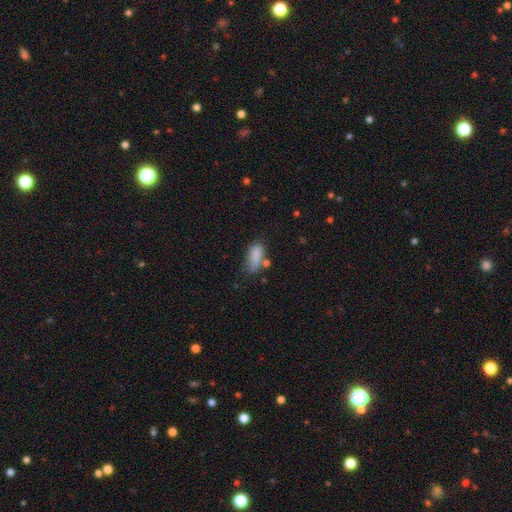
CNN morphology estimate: Q: Smooth or featured?
A: smooth (81%); runner-up: featured or disk (9%)
Q: How rounded?
A: in between (82%); runner-up: cigar-shaped (15%)
Q: Merging?
A: none (42%); runner-up: minor disturbance (29%)